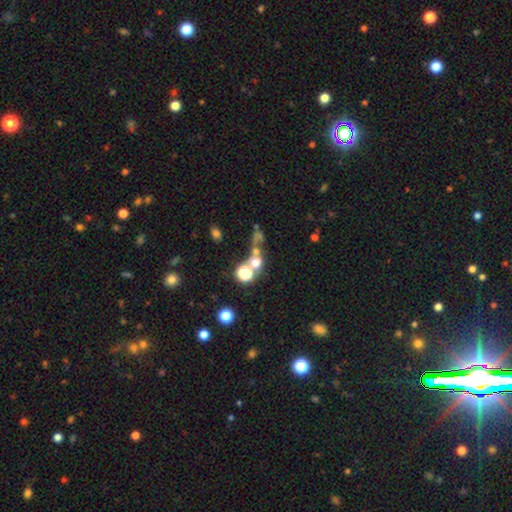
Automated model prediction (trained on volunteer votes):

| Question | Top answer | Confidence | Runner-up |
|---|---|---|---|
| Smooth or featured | star or artifact | 43% | smooth (39%) |